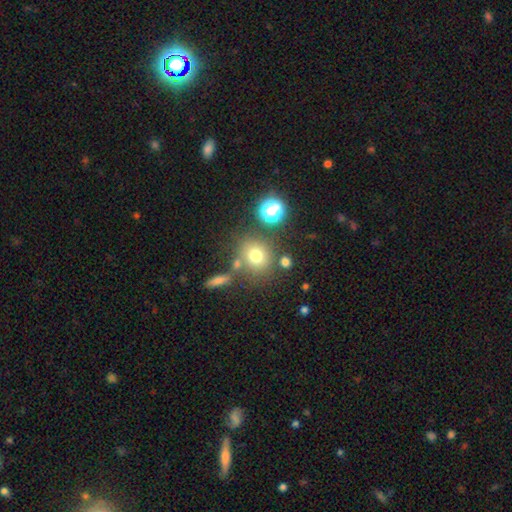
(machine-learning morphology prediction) A smooth galaxy with no disk features (70%) that is round (85%). Merging: none (72%).